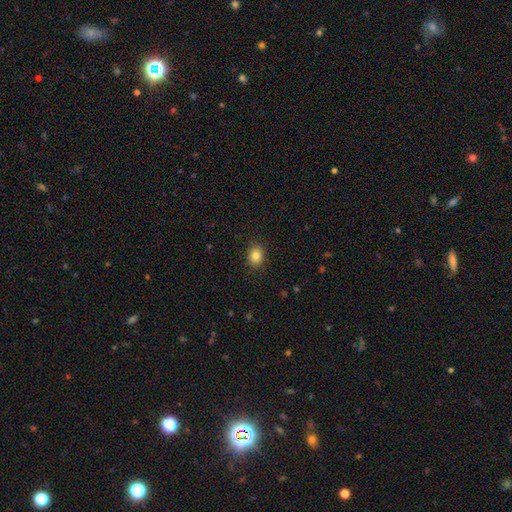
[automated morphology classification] smooth 85%, star or artifact 10%, featured or disk 5%. Down the decision tree: how rounded — in between (50%); merging — none (87%).